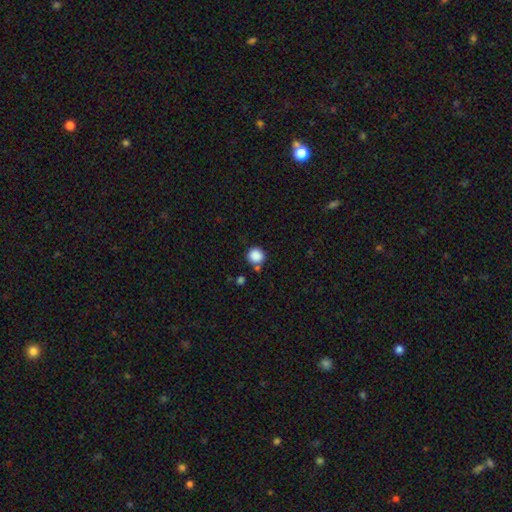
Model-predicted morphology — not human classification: Smooth or featured?
  - smooth: 87% *
  - star or artifact: 10%
  - featured or disk: 3%
How rounded?
  - round: 92% *
  - in between: 7%
  - cigar-shaped: 1%
Merging?
  - none: 76% *
  - minor disturbance: 11%
  - merger: 10%
  - major disturbance: 3%